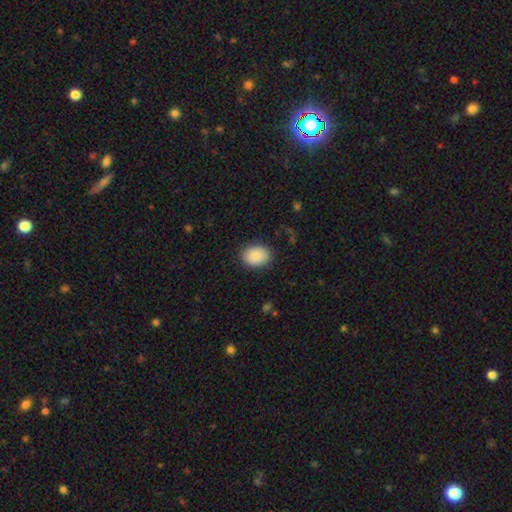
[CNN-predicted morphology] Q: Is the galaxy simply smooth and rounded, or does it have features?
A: smooth — 89%.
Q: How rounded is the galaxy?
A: in between — 66%.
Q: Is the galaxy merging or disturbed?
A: none — 86%.